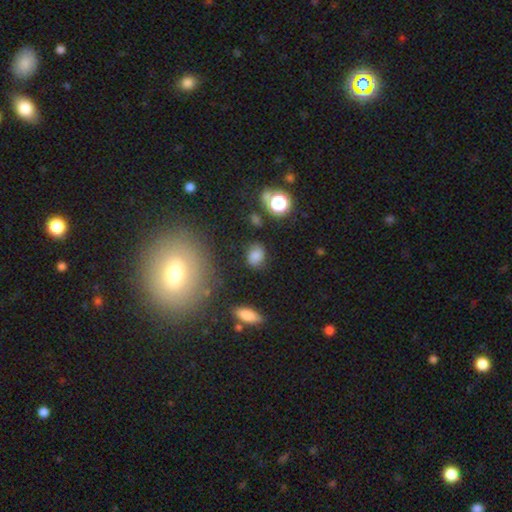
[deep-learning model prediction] Smooth or featured: smooth — 75% (star or artifact — 14%)
How rounded: in between — 66% (round — 32%)
Merging: none — 73% (minor disturbance — 17%)